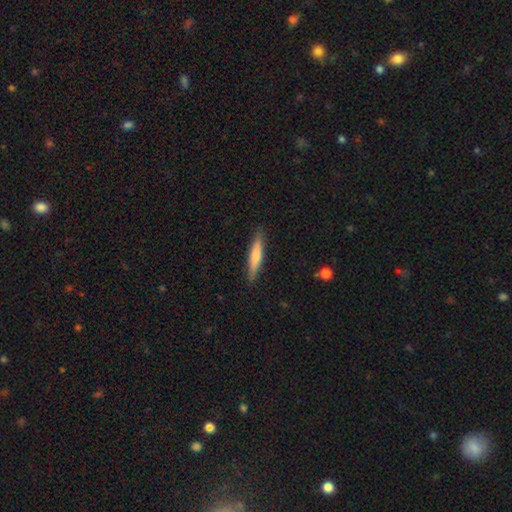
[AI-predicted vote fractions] This appears to be a smooth galaxy with no disk features (64%) that is cigar-shaped (90%). Merging: none (89%).